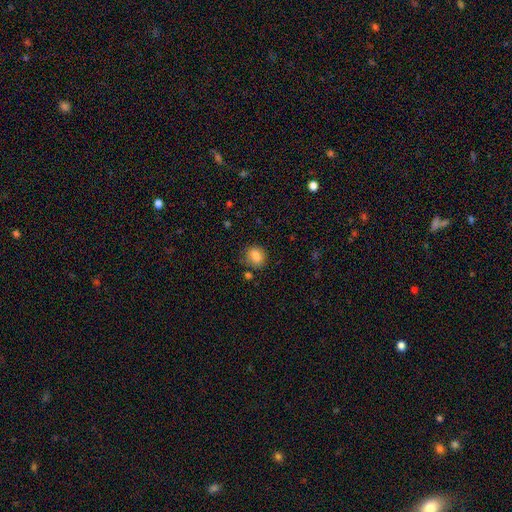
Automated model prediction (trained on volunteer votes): Q: Smooth or featured?
A: smooth (82%); runner-up: star or artifact (9%)
Q: How rounded?
A: in between (49%); tied with: round (49%)
Q: Merging?
A: none (75%); runner-up: minor disturbance (16%)